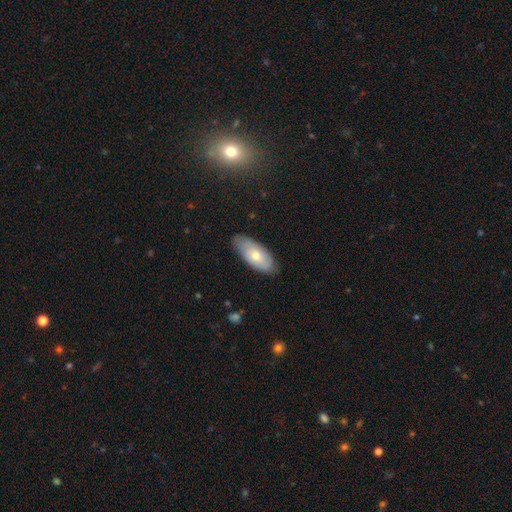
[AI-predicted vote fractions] Smooth or featured? smooth (63%)
How rounded? in between (87%)
Merging? none (83%)